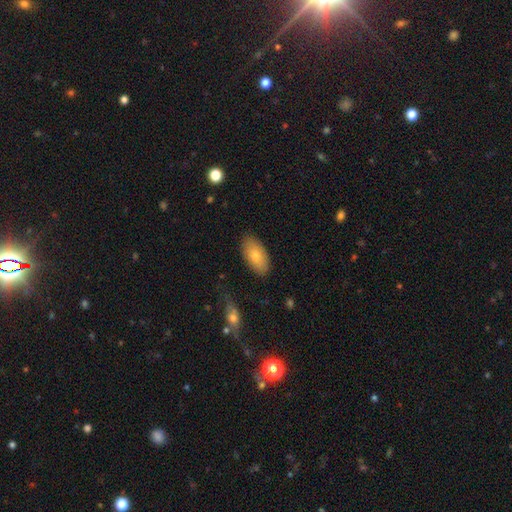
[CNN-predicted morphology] Smooth or featured?
  - smooth: 77% *
  - featured or disk: 16%
  - star or artifact: 6%
How rounded?
  - in between: 94% *
  - round: 3%
  - cigar-shaped: 3%
Merging?
  - none: 82% *
  - minor disturbance: 14%
  - major disturbance: 3%
  - merger: 2%